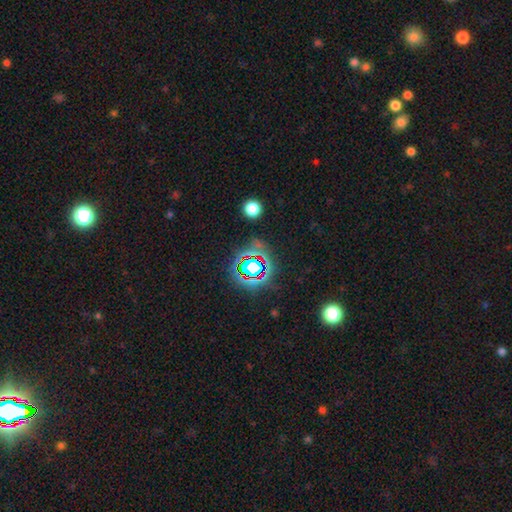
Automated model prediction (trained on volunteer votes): Smooth or featured? Predicted: star or artifact (p=0.75).